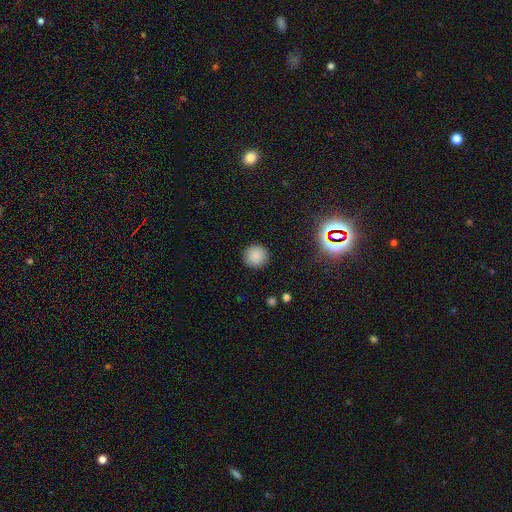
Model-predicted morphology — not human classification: Smooth or featured? Predicted: smooth (p=0.85). How rounded? Predicted: round (p=0.94). Merging? Predicted: none (p=0.91).